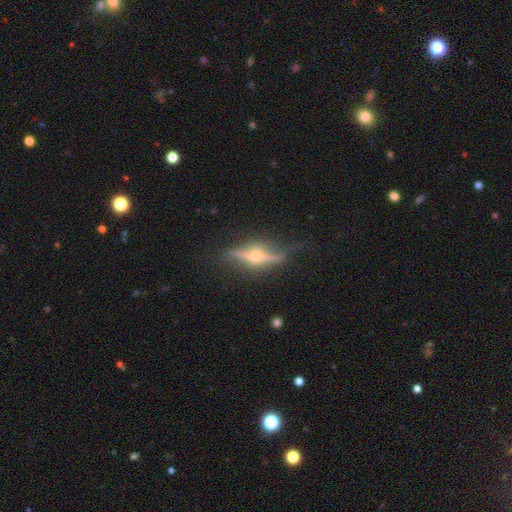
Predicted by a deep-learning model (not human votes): This appears to be a featured or disk galaxy (83%) viewed edge-on (88%) with a rounded central bulge (96%). Merging: none (74%).